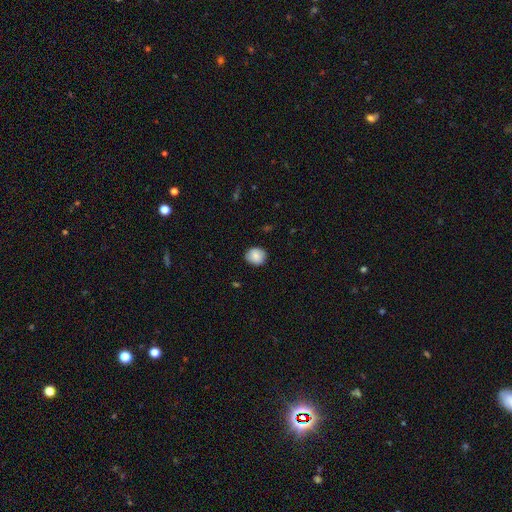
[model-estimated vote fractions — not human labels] A smooth galaxy with no disk features (86%) that is round (74%).

Vote fractions:
- Smooth or featured? smooth: 86% / star or artifact: 8% / featured or disk: 7%
- How rounded? round: 74% / in between: 25% / cigar-shaped: 1%
- Merging? none: 86% / minor disturbance: 10% / major disturbance: 2% / merger: 1%